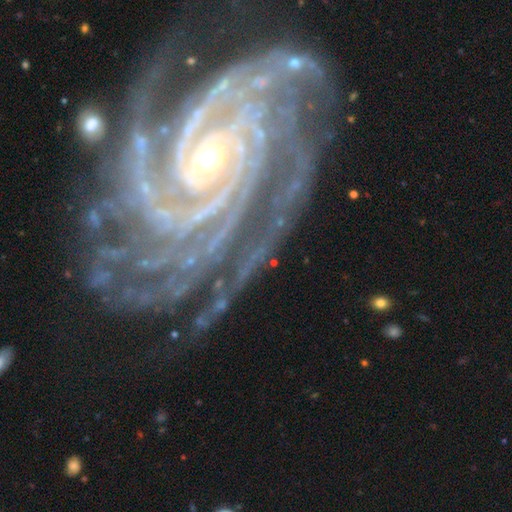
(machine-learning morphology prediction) Smooth or featured?
  - featured or disk: 90% *
  - star or artifact: 7%
  - smooth: 4%
Edge-on disk?
  - no: 96% *
  - yes: 4%
Bar?
  - no: 57% *
  - weak: 22%
  - strong: 21%
Spiral arms?
  - yes: 98% *
  - no: 2%
Spiral winding?
  - tight: 80% *
  - medium: 17%
  - loose: 4%
Spiral arm count?
  - 4: 20% * (tied)
  - more than 4: 20% * (tied)
  - 3: 18%
  - can't tell: 17%
  - 2: 14%
  - 1: 10%
Bulge size?
  - moderate: 47% * (tied)
  - small: 47% * (tied)
  - large: 3%
  - none: 1%
  - dominant: 1%
Merging?
  - none: 71% *
  - minor disturbance: 16%
  - major disturbance: 10%
  - merger: 3%